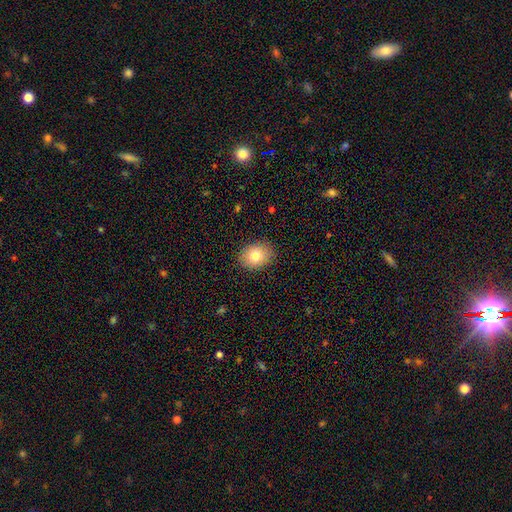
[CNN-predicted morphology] Smooth or featured? smooth (80%)
How rounded? in between (62%)
Merging? none (88%)